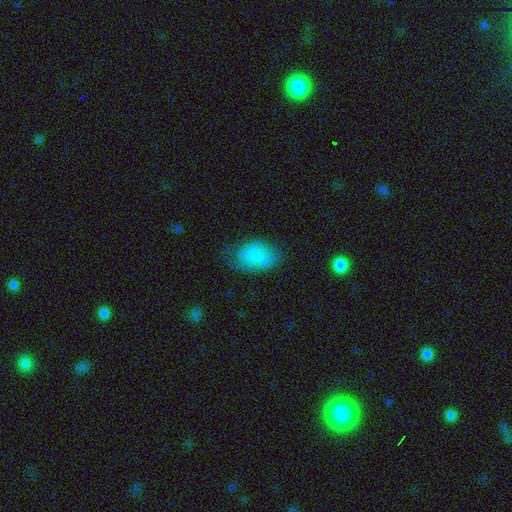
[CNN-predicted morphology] Smooth or featured: smooth — 74% (featured or disk — 19%)
How rounded: in between — 89% (round — 10%)
Merging: none — 55% (minor disturbance — 31%)